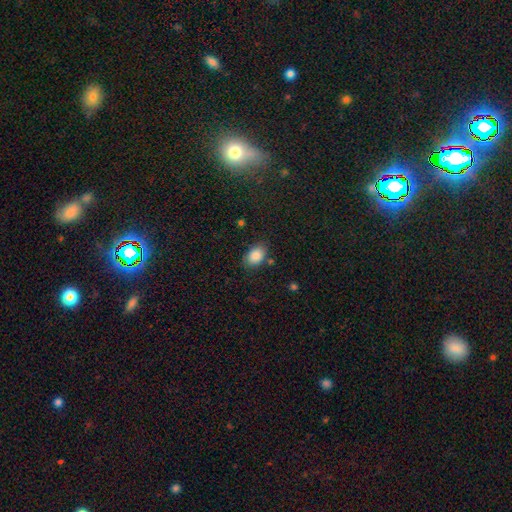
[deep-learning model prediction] This is clearly a smooth galaxy (86%). How rounded: clearly in between (82%). Merging: likely none (76%).